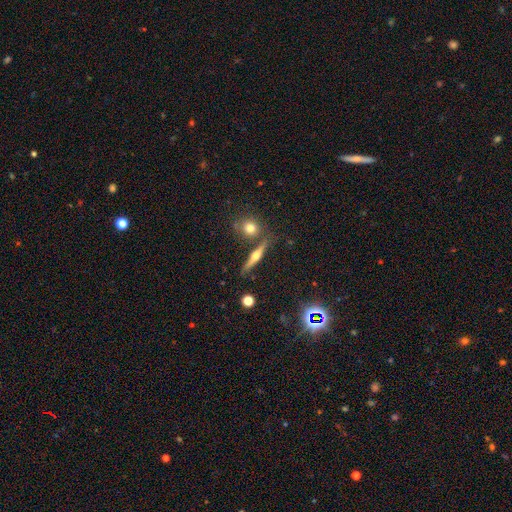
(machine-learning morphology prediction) Smooth or featured? featured or disk (68%)
Edge-on disk? yes (96%)
Edge-on bulge? rounded (93%)
Merging? none (81%)